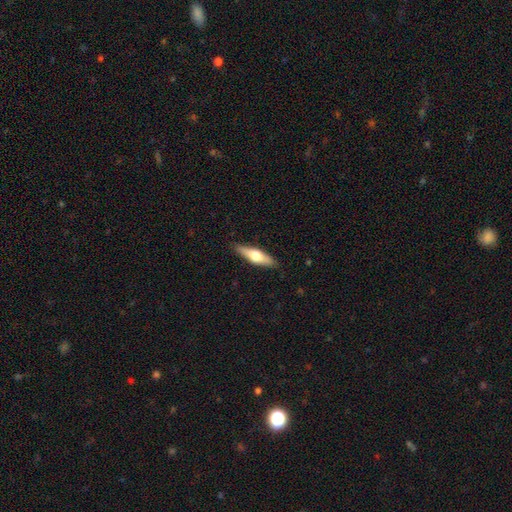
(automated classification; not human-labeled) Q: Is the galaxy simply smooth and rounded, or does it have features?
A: smooth — 48%.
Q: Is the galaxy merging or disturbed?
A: none — 88%.